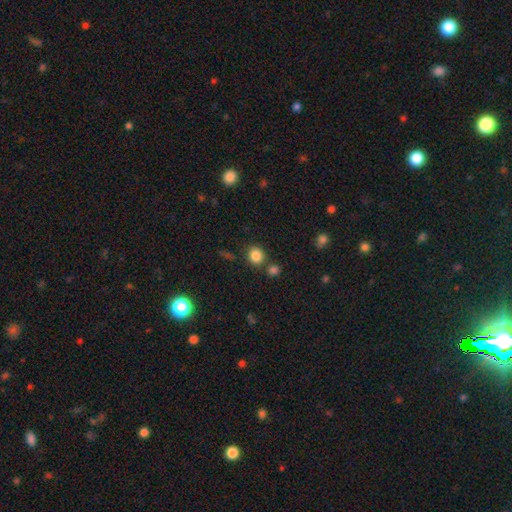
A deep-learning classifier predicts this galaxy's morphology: Smooth or featured: smooth — 85% (star or artifact — 11%)
How rounded: round — 86% (in between — 13%)
Merging: none — 78% (merger — 10%)